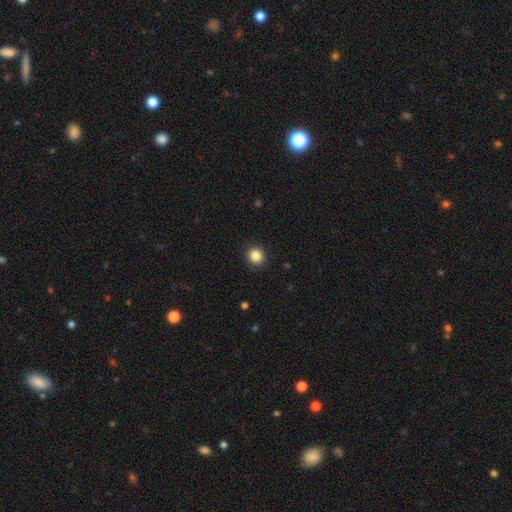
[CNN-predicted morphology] Smooth or featured?
  - smooth: 86% *
  - star or artifact: 10%
  - featured or disk: 4%
How rounded?
  - round: 81% *
  - in between: 18%
  - cigar-shaped: 1%
Merging?
  - none: 91% *
  - minor disturbance: 6%
  - major disturbance: 2%
  - merger: 1%